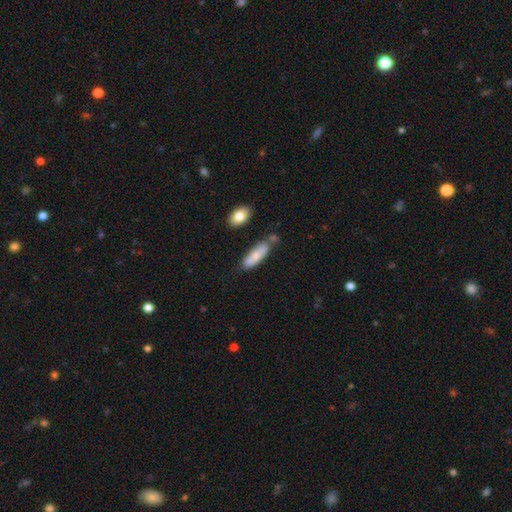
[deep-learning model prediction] Overall: smooth (71%). How rounded: in between (50%; cigar-shaped 47%). Merging: none (62%).